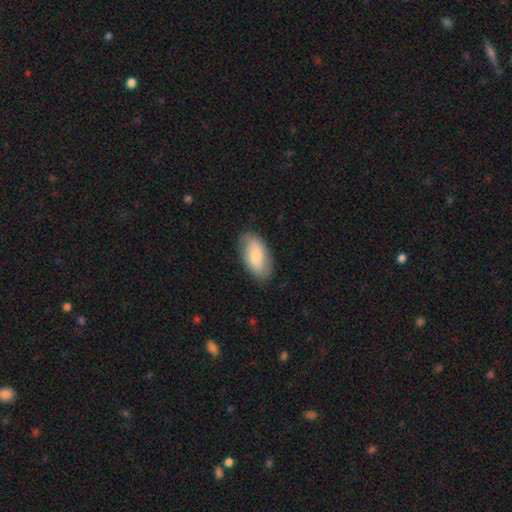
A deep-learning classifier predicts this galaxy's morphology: A smooth galaxy with no disk features (61%) that is in between round and cigar-shaped (93%).

Vote fractions:
- Smooth or featured? smooth: 61% / featured or disk: 34% / star or artifact: 6%
- How rounded? in between: 93% / round: 3% / cigar-shaped: 3%
- Merging? none: 82% / minor disturbance: 14% / major disturbance: 3% / merger: 1%